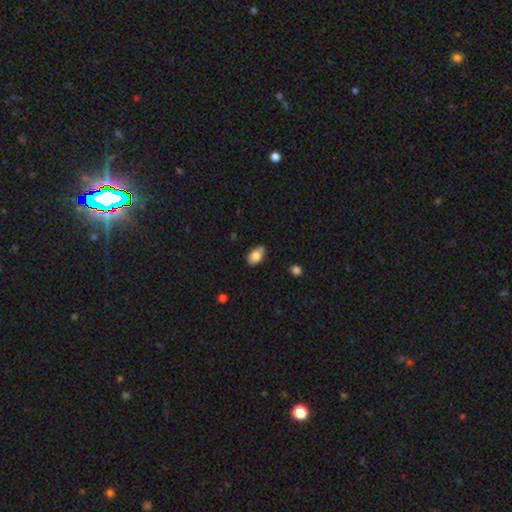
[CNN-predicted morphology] A smooth galaxy with no disk features (79%) that is in between round and cigar-shaped (92%). Merging: none (81%).